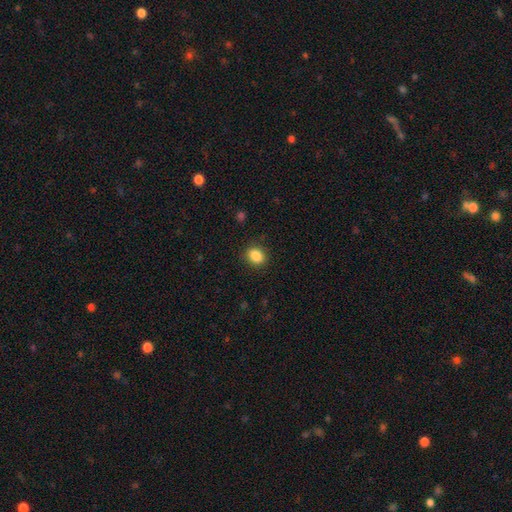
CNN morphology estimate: Smooth or featured? Predicted: smooth (p=0.86). How rounded? Predicted: in between (p=0.50). Merging? Predicted: none (p=0.88).